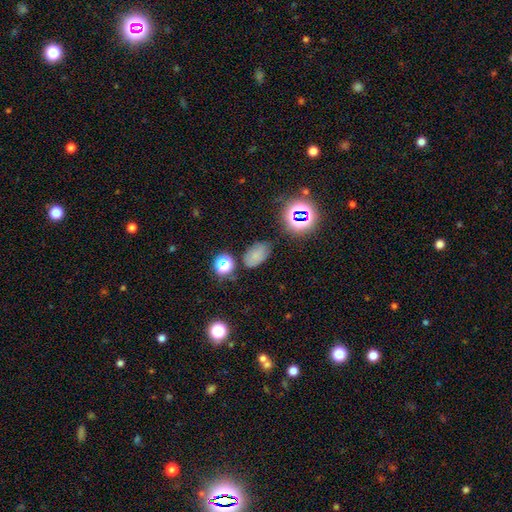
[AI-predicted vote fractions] smooth_or_featured: smooth (p=0.70) [alt: star or artifact p=0.21]
how_rounded: in between (p=0.89) [alt: round p=0.09]
merging: none (p=0.72) [alt: minor disturbance p=0.18]